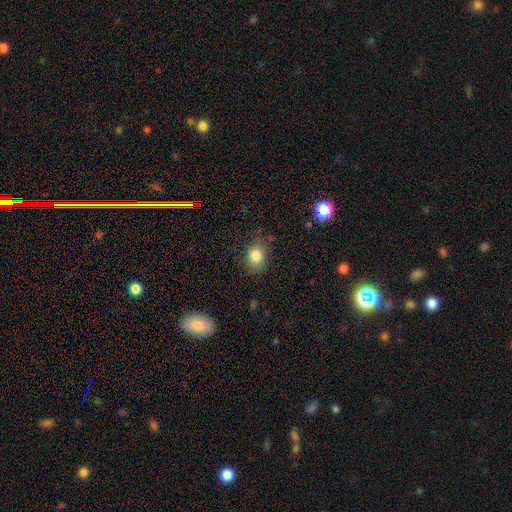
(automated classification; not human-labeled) Smooth or featured? Predicted: smooth (p=0.82). How rounded? Predicted: in between (p=0.60). Merging? Predicted: none (p=0.76).